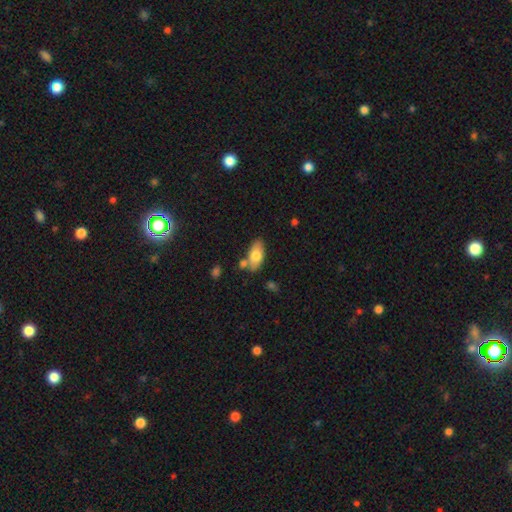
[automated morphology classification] Smooth or featured? Predicted: smooth (p=0.73). How rounded? Predicted: in between (p=0.91). Merging? Predicted: none (p=0.69).